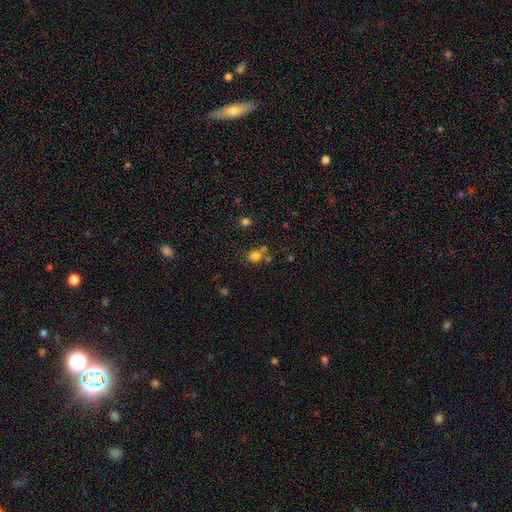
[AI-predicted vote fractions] This is likely a smooth galaxy (77%). How rounded: likely round (75%). Merging: possibly none (59%).